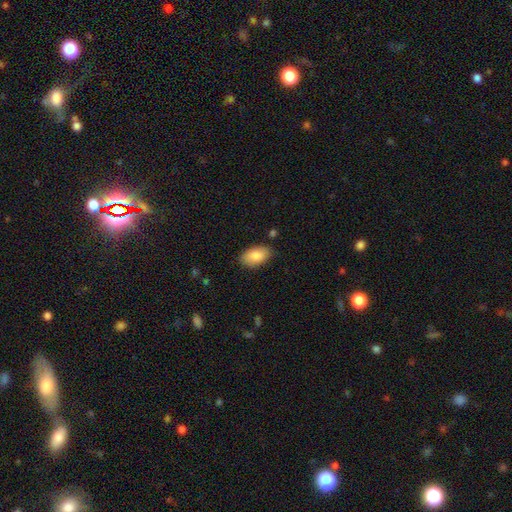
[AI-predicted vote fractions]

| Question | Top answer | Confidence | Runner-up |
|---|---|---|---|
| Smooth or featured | smooth | 86% | featured or disk (8%) |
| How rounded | in between | 94% | round (4%) |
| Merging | none | 83% | minor disturbance (13%) |